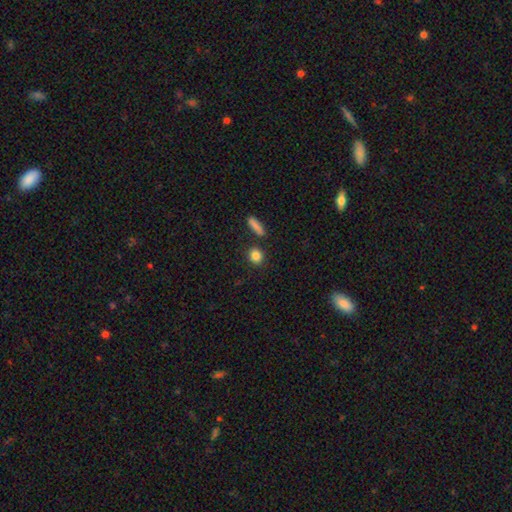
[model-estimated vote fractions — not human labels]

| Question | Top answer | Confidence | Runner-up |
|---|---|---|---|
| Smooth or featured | smooth | 86% | star or artifact (9%) |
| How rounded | round | 74% | in between (21%) |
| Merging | none | 84% | minor disturbance (7%) |